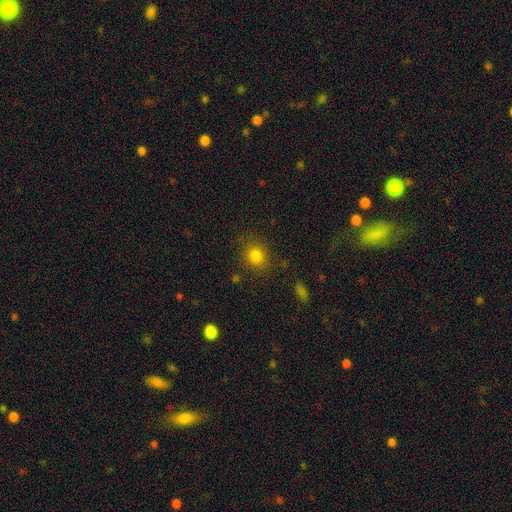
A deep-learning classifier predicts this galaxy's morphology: A smooth galaxy with no disk features (81%) that is round (76%).

Vote fractions:
- Smooth or featured? smooth: 81% / star or artifact: 12% / featured or disk: 6%
- How rounded? round: 76% / in between: 23% / cigar-shaped: 1%
- Merging? none: 84% / minor disturbance: 10% / major disturbance: 4% / merger: 2%